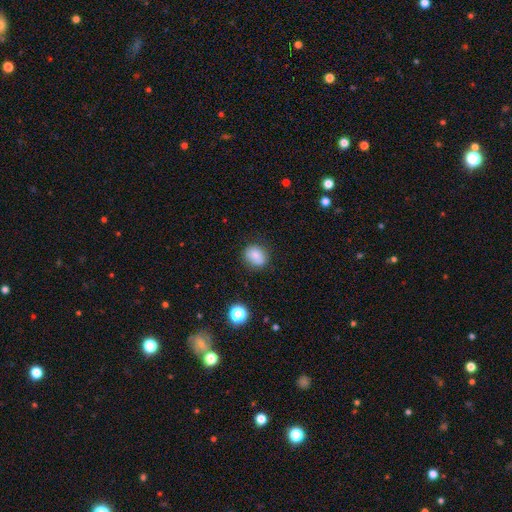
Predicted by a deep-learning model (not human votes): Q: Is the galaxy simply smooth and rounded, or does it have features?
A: smooth — 82%.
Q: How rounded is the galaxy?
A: round — 56%.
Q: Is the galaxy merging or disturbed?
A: none — 80%.